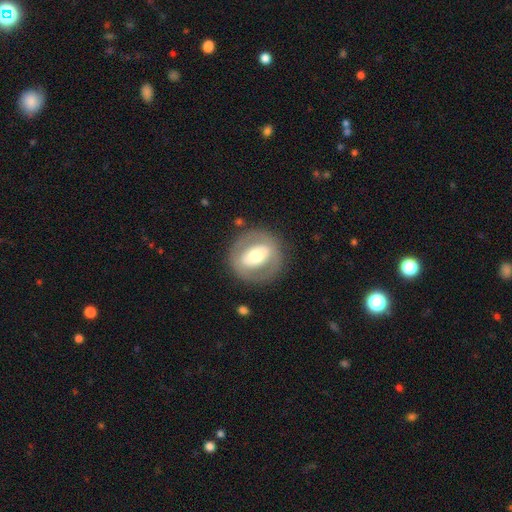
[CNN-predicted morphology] smooth-or-featured: featured or disk: 54% | smooth: 40% | star or artifact: 6%
  disk-edge-on: no: 93% | yes: 7%
    bar: no: 40% | strong: 34% | weak: 26%
    has-spiral-arms: no: 81% | yes: 19%
    bulge-size: moderate: 59% | large: 24% | small: 13% | dominant: 3% | none: 1%
  merging: none: 82% | minor disturbance: 10% | major disturbance: 6% | merger: 1%